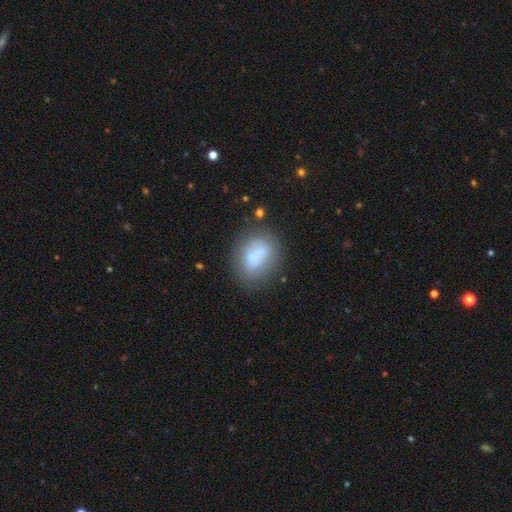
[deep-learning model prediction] Overall: smooth (69%). How rounded: in between (58%; round 40%). Merging: none (56%; minor disturbance 19%).